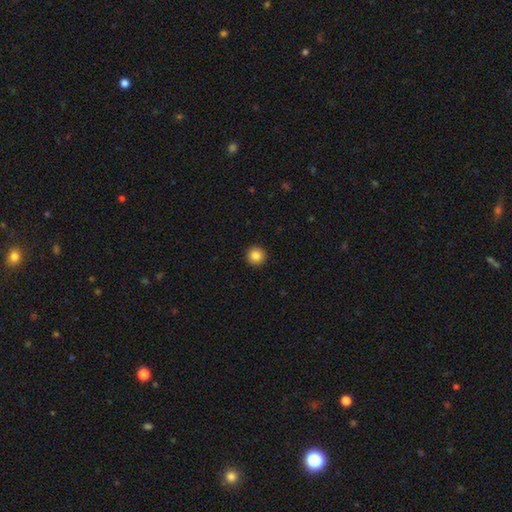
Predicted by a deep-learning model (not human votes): A smooth galaxy with no disk features (84%) that is round (96%).

Vote fractions:
- Smooth or featured? smooth: 84% / star or artifact: 10% / featured or disk: 6%
- How rounded? round: 96% / in between: 3% / cigar-shaped: 1%
- Merging? none: 93% / minor disturbance: 4% / major disturbance: 1% / merger: 1%